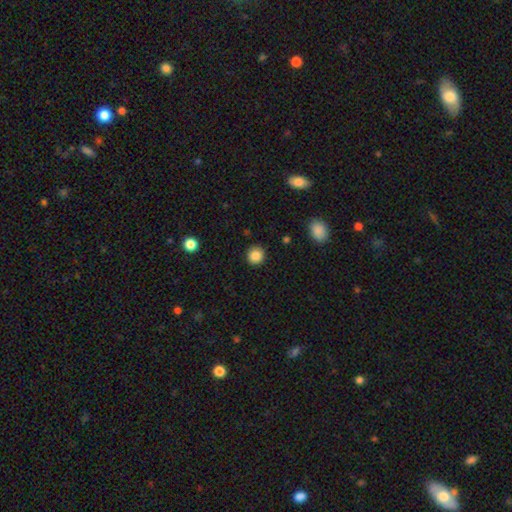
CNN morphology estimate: Smooth or featured? smooth (85%)
How rounded? round (93%)
Merging? none (91%)